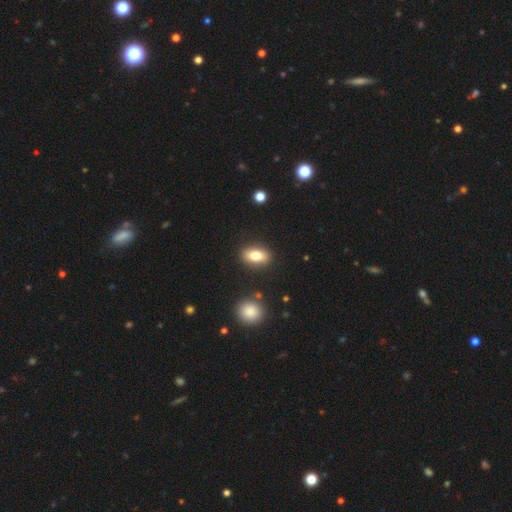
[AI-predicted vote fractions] Q: Smooth or featured?
A: smooth (78%); runner-up: featured or disk (14%)
Q: How rounded?
A: in between (84%); runner-up: cigar-shaped (8%)
Q: Merging?
A: none (86%); runner-up: minor disturbance (8%)